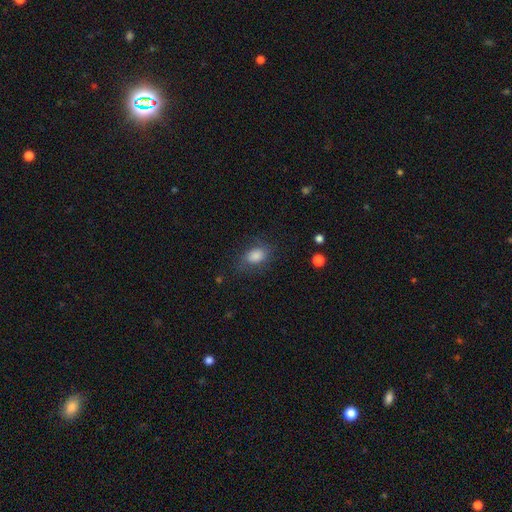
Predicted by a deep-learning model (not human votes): Smooth or featured: smooth — 78% (featured or disk — 12%)
How rounded: in between — 78% (round — 19%)
Merging: none — 71% (minor disturbance — 19%)